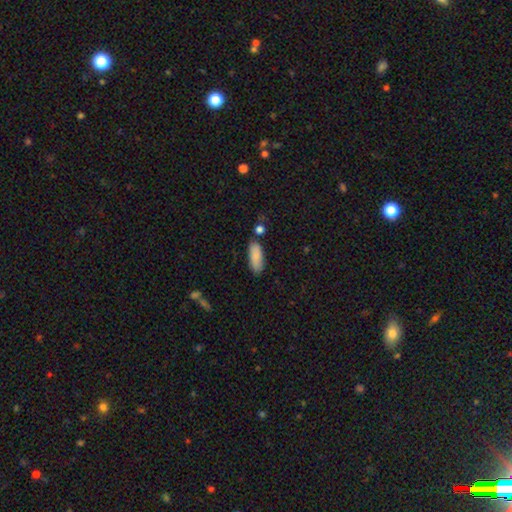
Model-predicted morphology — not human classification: Q: Smooth or featured?
A: smooth (86%); runner-up: featured or disk (8%)
Q: How rounded?
A: in between (76%); runner-up: cigar-shaped (22%)
Q: Merging?
A: none (77%); runner-up: minor disturbance (14%)